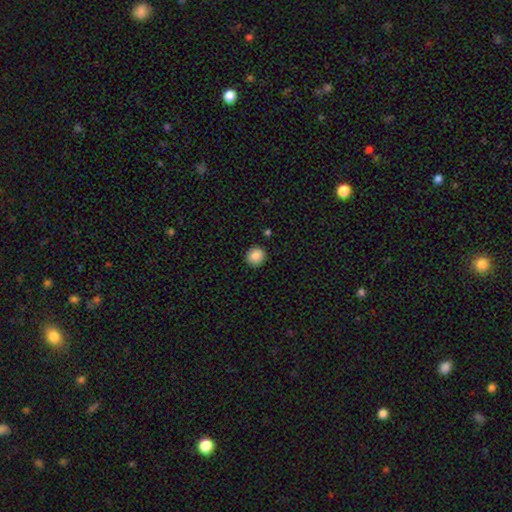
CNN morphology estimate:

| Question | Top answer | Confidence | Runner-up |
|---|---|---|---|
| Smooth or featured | smooth | 88% | star or artifact (9%) |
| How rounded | round | 88% | in between (11%) |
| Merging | none | 91% | minor disturbance (6%) |